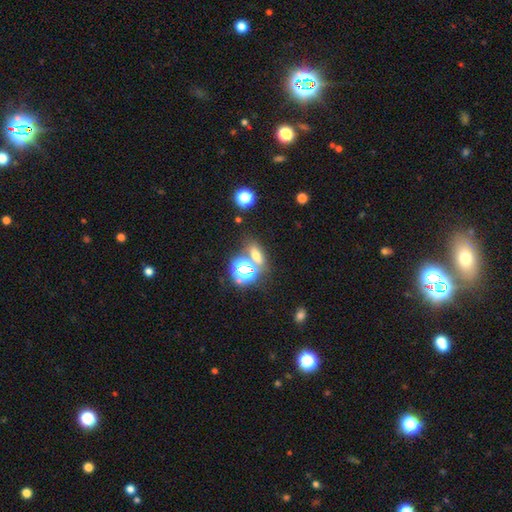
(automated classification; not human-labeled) The model was most divided on "smooth or featured": smooth: 54%, star or artifact: 32%, featured or disk: 14%. More confident: merging — none (61%); how rounded — in between (58%).